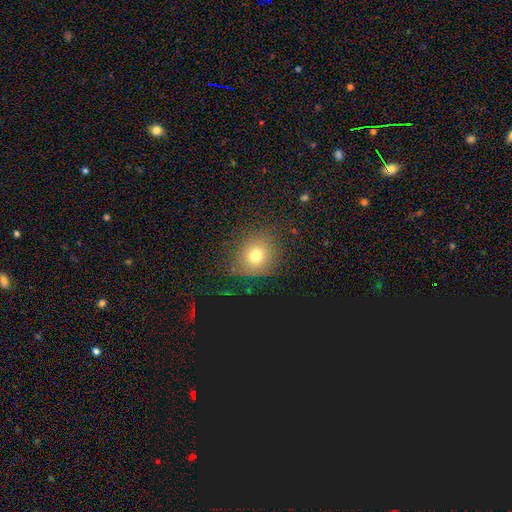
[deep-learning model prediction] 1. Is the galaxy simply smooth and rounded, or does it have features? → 72% smooth, 18% star or artifact, 10% featured or disk.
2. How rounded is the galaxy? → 83% round, 16% in between, 1% cigar-shaped.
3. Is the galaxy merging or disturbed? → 79% none, 12% minor disturbance, 7% major disturbance, 2% merger.